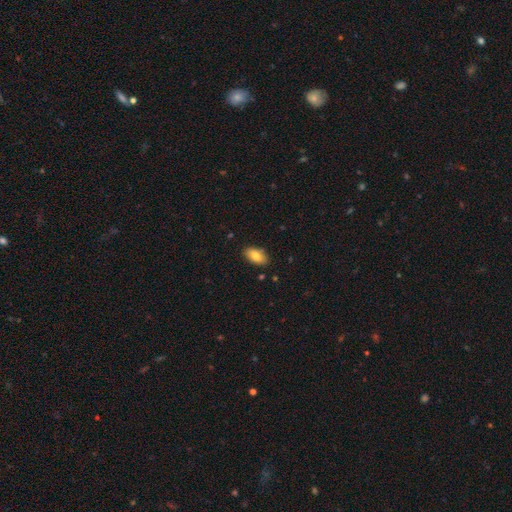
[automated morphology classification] A smooth galaxy with no disk features (82%) that is in between round and cigar-shaped (93%).

Vote fractions:
- Smooth or featured? smooth: 82% / featured or disk: 11% / star or artifact: 7%
- How rounded? in between: 93% / cigar-shaped: 4% / round: 3%
- Merging? none: 86% / minor disturbance: 11% / major disturbance: 2% / merger: 1%